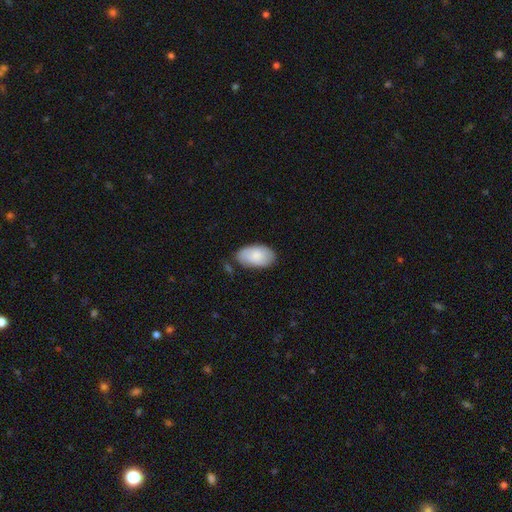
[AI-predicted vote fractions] Smooth or featured?
  - smooth: 81% *
  - featured or disk: 14%
  - star or artifact: 6%
How rounded?
  - in between: 95% *
  - round: 4%
  - cigar-shaped: 1%
Merging?
  - none: 68% *
  - minor disturbance: 23%
  - major disturbance: 5%
  - merger: 4%